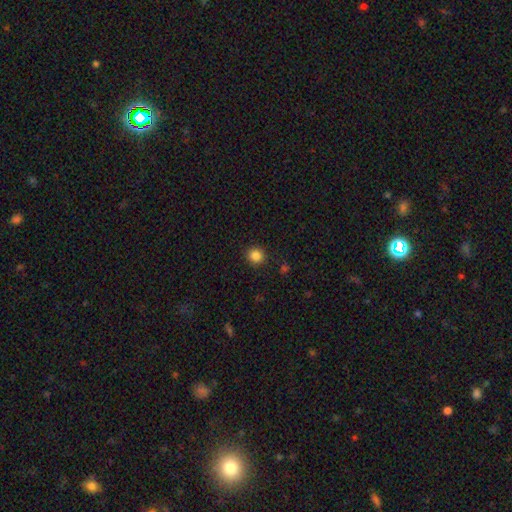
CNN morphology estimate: A smooth galaxy with no disk features (85%) that is round (91%). Merging: none (91%).